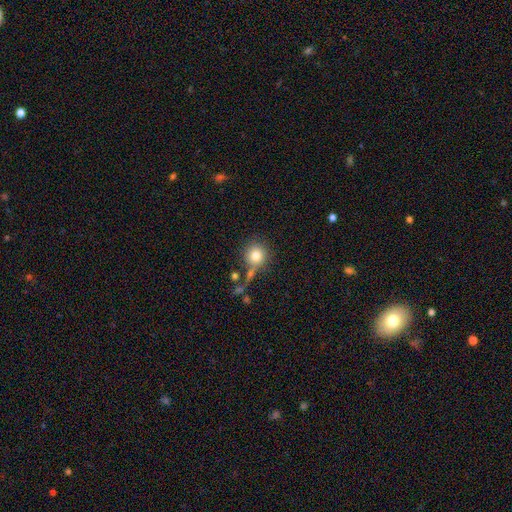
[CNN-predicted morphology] Smooth or featured: smooth — 80% (star or artifact — 10%)
How rounded: round — 91% (in between — 8%)
Merging: none — 61% (merger — 17%)